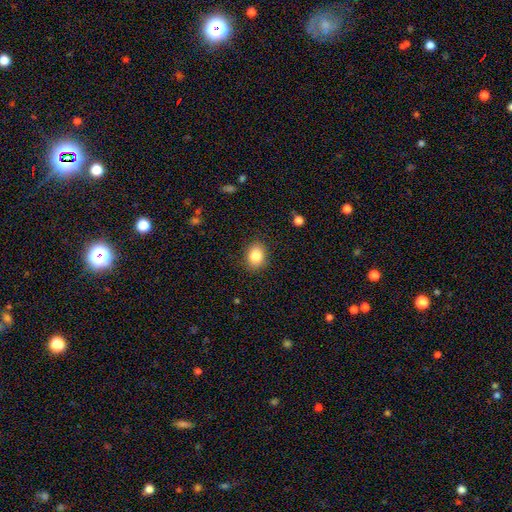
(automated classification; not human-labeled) This appears to be a smooth galaxy with no disk features (84%) that is in between round and cigar-shaped (55%). Merging: none (88%).